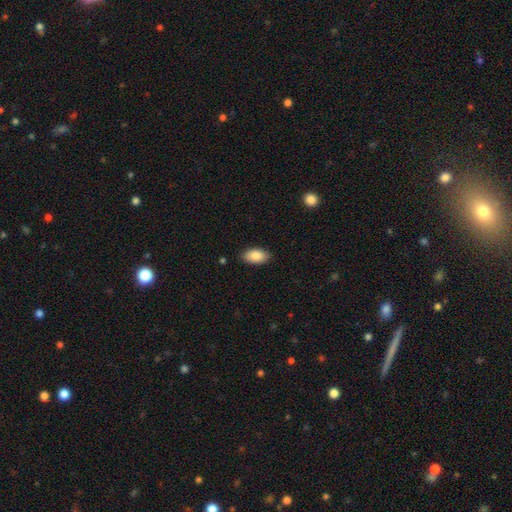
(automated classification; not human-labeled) This appears to be a smooth galaxy with no disk features (88%) that is in between round and cigar-shaped (94%). Merging: none (87%).